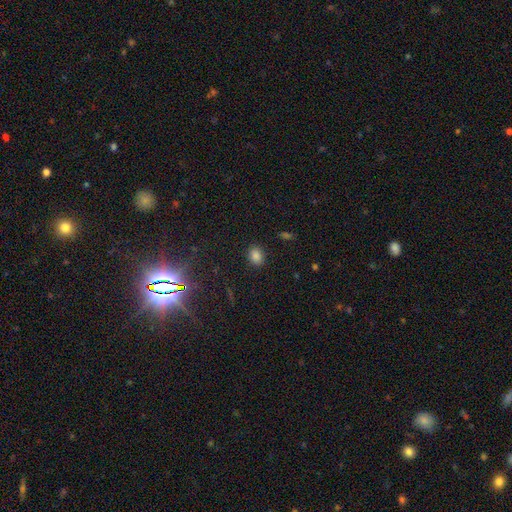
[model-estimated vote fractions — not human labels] The model was most divided on "how rounded": in between: 57%, round: 42%, cigar-shaped: 1%. More confident: merging — none (87%); smooth or featured — smooth (82%).